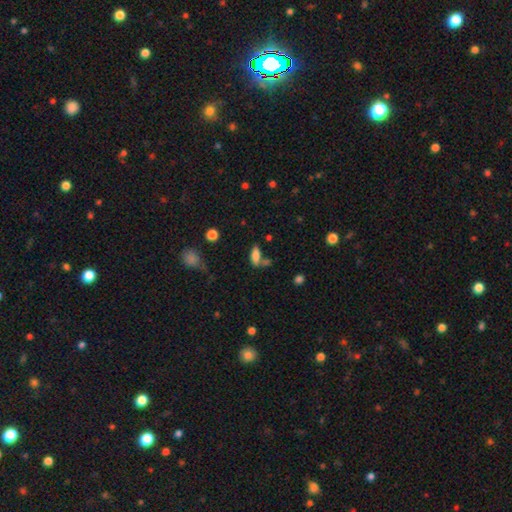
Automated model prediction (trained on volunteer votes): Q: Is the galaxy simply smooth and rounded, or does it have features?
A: smooth — 79%.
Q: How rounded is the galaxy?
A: in between — 75%.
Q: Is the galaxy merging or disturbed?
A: none — 51%.